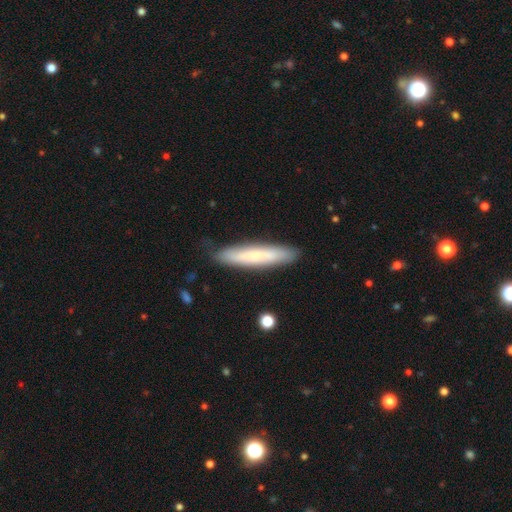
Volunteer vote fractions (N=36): smooth-or-featured: smooth: 72% | featured or disk: 28% | star or artifact: 0%
  how-rounded: cigar-shaped: 81% | in between: 19% | round: 0%
  merging: none: 83% | minor disturbance: 14% | merger: 3% | major disturbance: 0%